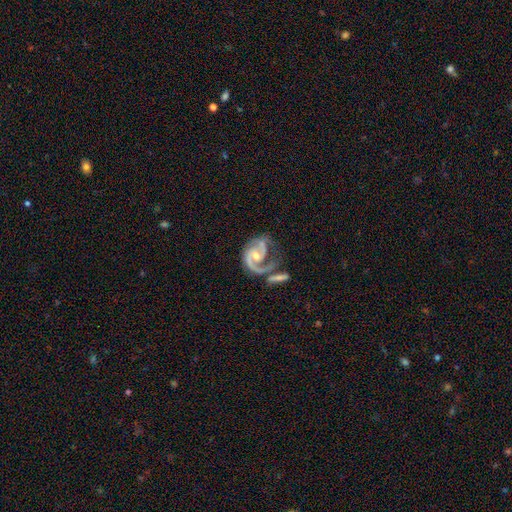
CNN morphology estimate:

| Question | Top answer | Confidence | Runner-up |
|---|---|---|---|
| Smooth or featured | featured or disk | 91% | star or artifact (5%) |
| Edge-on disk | no | 98% | yes (2%) |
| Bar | no | 52% | weak (35%) |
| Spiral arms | yes | 98% | no (2%) |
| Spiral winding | medium | 53% | tight (31%) |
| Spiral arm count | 2 | 82% | 1 (10%) |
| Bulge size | small | 48% | moderate (47%) |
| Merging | none | 39% | merger (24%) |